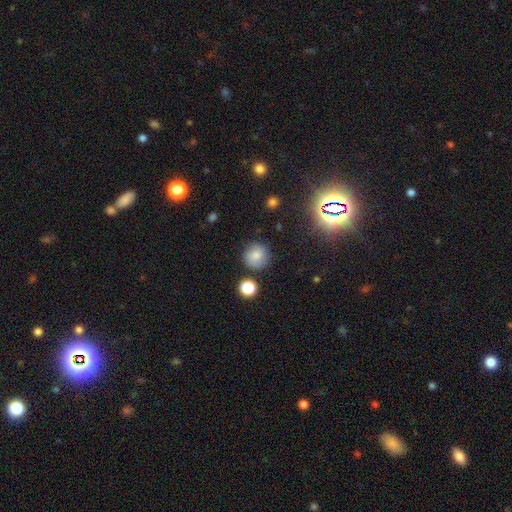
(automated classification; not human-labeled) smooth_or_featured: smooth (p=0.73) [alt: featured or disk p=0.14]
how_rounded: round (p=0.91) [alt: in between p=0.08]
merging: none (p=0.79) [alt: minor disturbance p=0.14]